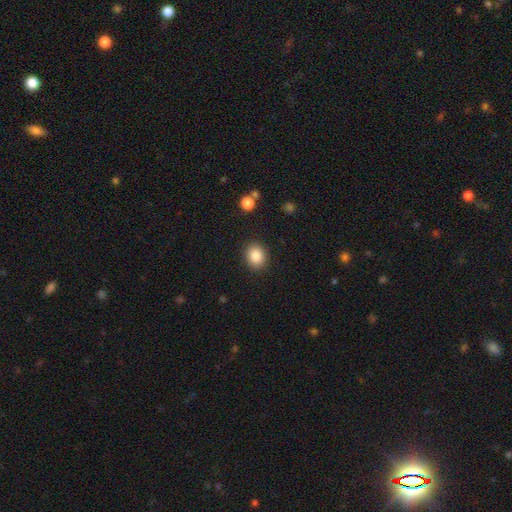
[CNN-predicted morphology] smooth_or_featured: smooth (p=0.86) [alt: star or artifact p=0.09]
how_rounded: round (p=0.65) [alt: in between p=0.34]
merging: none (p=0.89) [alt: minor disturbance p=0.07]